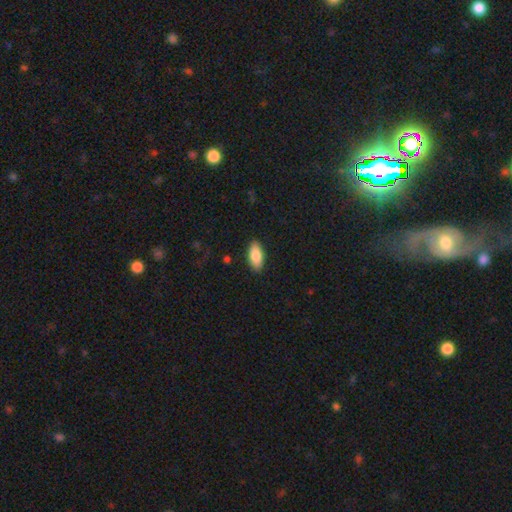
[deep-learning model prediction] Smooth or featured? Predicted: smooth (p=0.83). How rounded? Predicted: in between (p=0.87). Merging? Predicted: none (p=0.89).